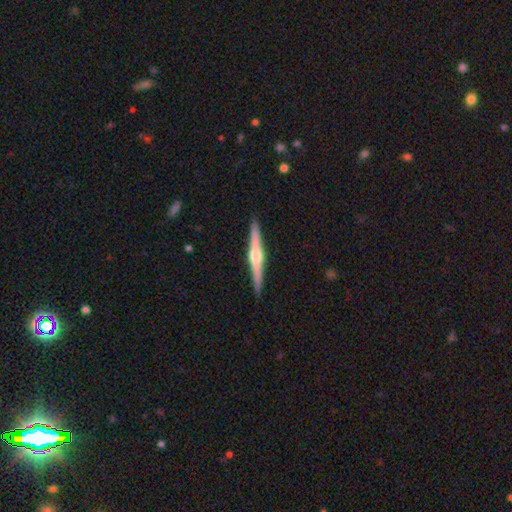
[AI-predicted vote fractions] Morphology: type=featured or disk (80%); edge-on=yes (99%); edge-on bulge=rounded (91%); merging=none (92%).